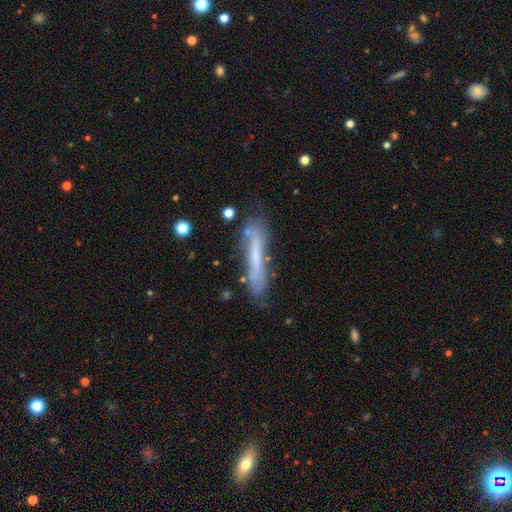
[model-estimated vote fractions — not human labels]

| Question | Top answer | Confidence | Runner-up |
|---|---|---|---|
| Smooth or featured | featured or disk | 47% | smooth (44%) |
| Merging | none | 61% | minor disturbance (24%) |